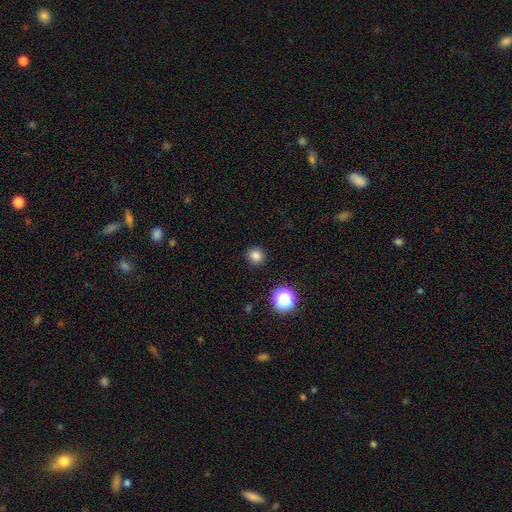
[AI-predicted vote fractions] smooth 81%, star or artifact 15%, featured or disk 4%. Down the decision tree: how rounded — round (93%); merging — none (91%).